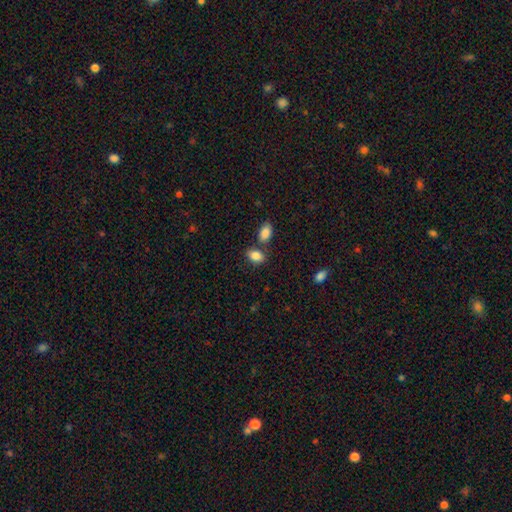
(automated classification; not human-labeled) This appears to be a smooth galaxy with no disk features (86%) that is in between round and cigar-shaped (83%). Merging: none (63%).